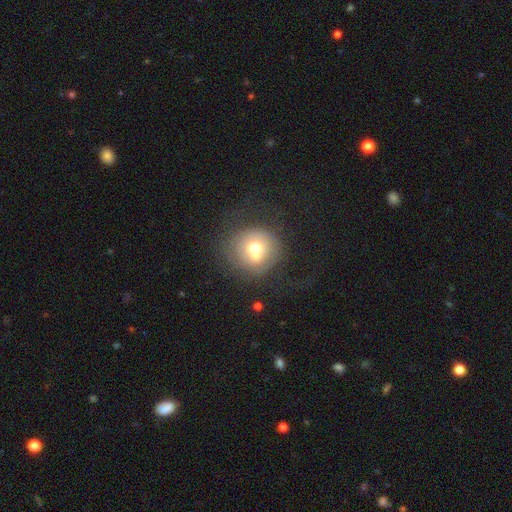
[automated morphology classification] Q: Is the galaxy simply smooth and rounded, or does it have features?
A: smooth — 56%.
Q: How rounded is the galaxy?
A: round — 88%.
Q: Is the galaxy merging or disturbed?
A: merger — 40%.